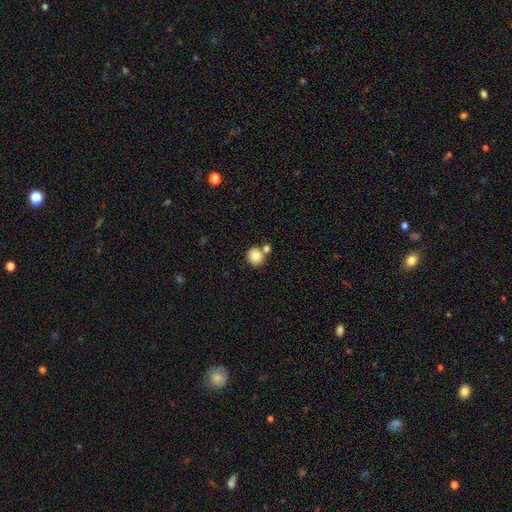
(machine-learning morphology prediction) smooth 83%, star or artifact 9%, featured or disk 8%. Down the decision tree: how rounded — round (90%); merging — none (65%).